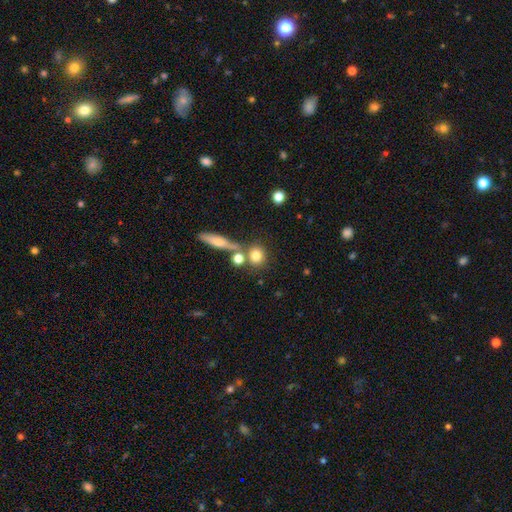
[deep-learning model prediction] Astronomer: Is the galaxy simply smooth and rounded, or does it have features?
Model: smooth — 76%.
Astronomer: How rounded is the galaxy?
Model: round — 78%.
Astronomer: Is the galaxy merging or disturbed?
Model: none — 66%.